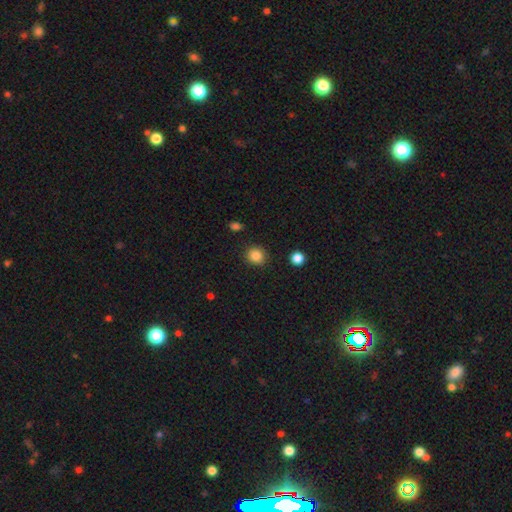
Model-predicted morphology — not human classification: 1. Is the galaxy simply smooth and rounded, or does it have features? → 86% smooth, 10% star or artifact, 4% featured or disk.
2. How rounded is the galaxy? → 84% round, 15% in between, 1% cigar-shaped.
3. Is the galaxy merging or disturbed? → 89% none, 7% minor disturbance, 2% major disturbance, 2% merger.